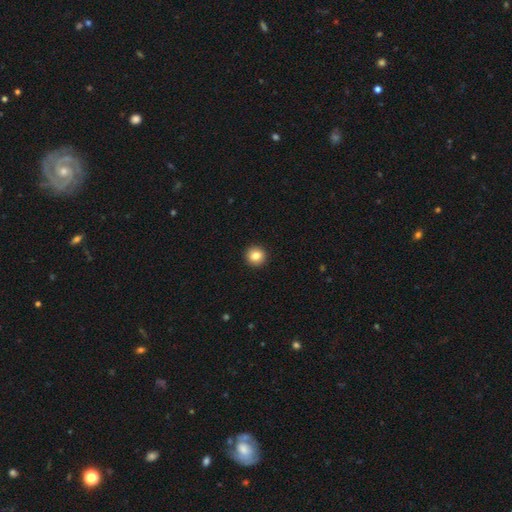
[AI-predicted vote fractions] A smooth galaxy with no disk features (84%) that is round (91%). Merging: none (93%).